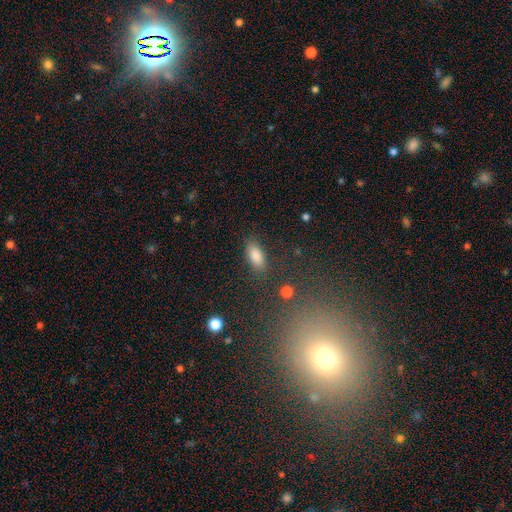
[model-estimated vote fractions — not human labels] This is clearly a smooth galaxy (85%). How rounded: clearly in between (85%). Merging: clearly none (83%).